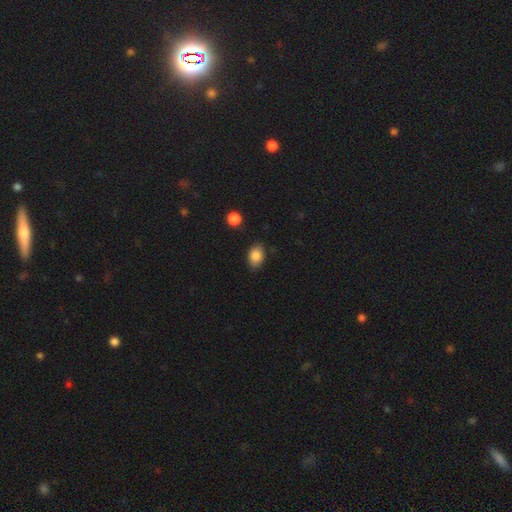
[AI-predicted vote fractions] Smooth or featured? smooth (86%)
How rounded? in between (82%)
Merging? none (82%)